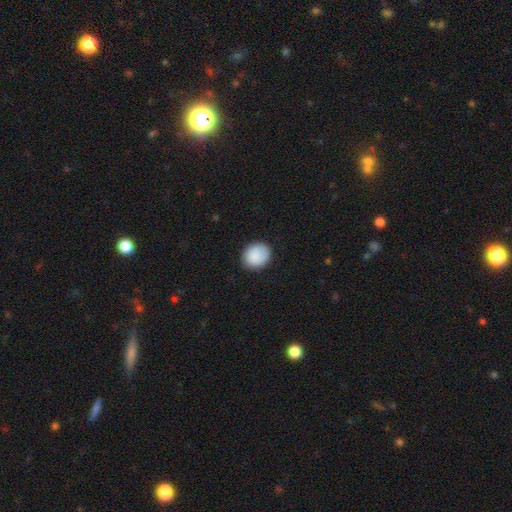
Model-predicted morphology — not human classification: Smooth or featured: smooth — 87% (star or artifact — 7%)
How rounded: round — 75% (in between — 25%)
Merging: none — 84% (minor disturbance — 12%)